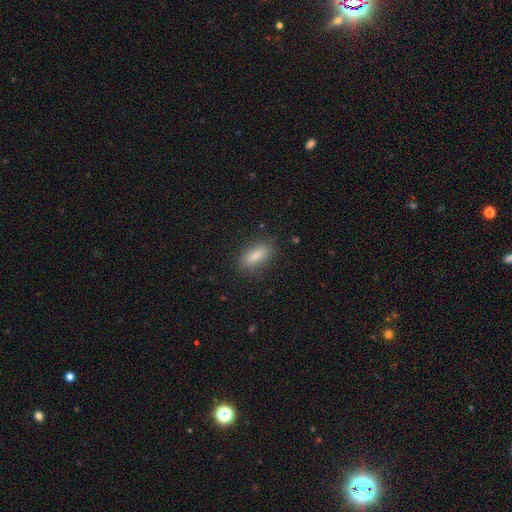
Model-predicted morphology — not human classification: A smooth galaxy with no disk features (84%) that is in between round and cigar-shaped (74%). Merging: none (84%).